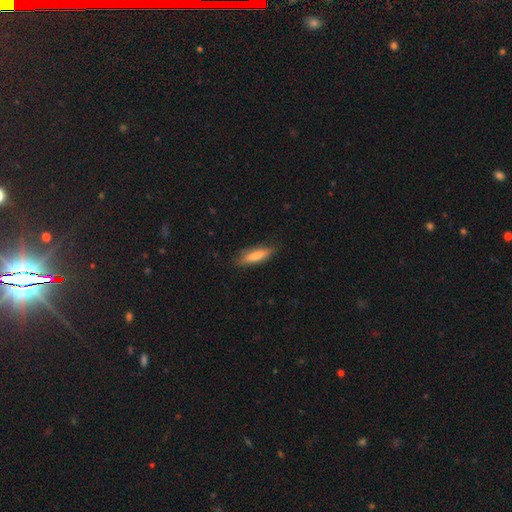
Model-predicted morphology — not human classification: smooth_or_featured: smooth (p=0.74) [alt: featured or disk p=0.20]
how_rounded: cigar-shaped (p=0.65) [alt: in between p=0.33]
merging: none (p=0.84) [alt: minor disturbance p=0.13]